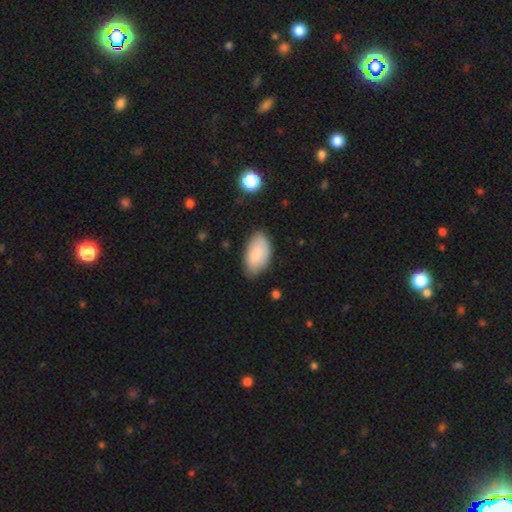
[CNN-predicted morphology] This is clearly a smooth galaxy (85%). How rounded: clearly in between (95%). Merging: likely none (77%).